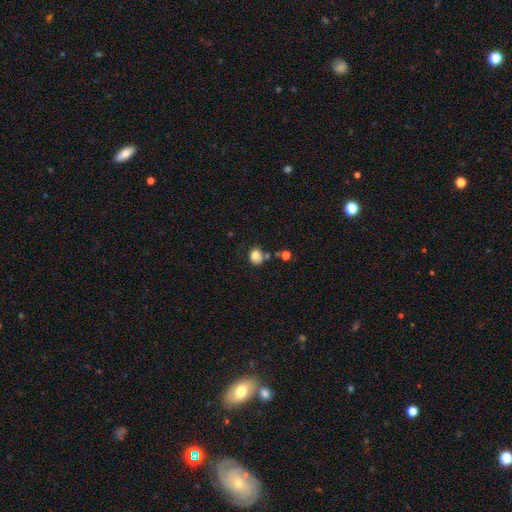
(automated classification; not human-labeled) Smooth or featured?
  - smooth: 79% *
  - star or artifact: 11%
  - featured or disk: 10%
How rounded?
  - round: 62% *
  - in between: 37%
  - cigar-shaped: 1%
Merging?
  - none: 55% *
  - minor disturbance: 22%
  - merger: 14%
  - major disturbance: 8%